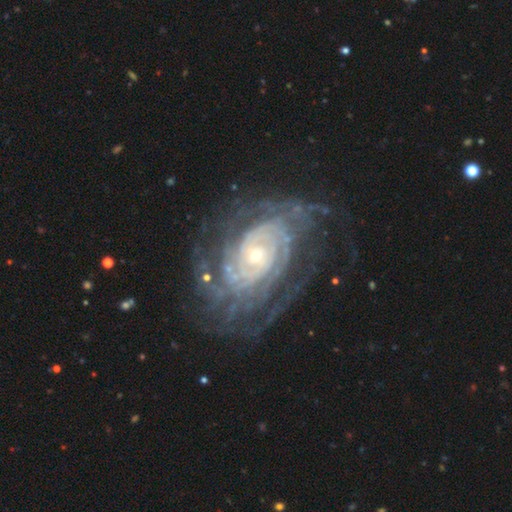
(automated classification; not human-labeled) Smooth or featured? Predicted: featured or disk (p=0.89). Edge-on disk? Predicted: no (p=0.96). Bar? Predicted: no (p=0.74). Spiral arms? Predicted: yes (p=0.96). Spiral winding? Predicted: tight (p=0.79). Spiral arm count? Predicted: can't tell (p=0.33). Bulge size? Predicted: small (p=0.69). Merging? Predicted: none (p=0.71).